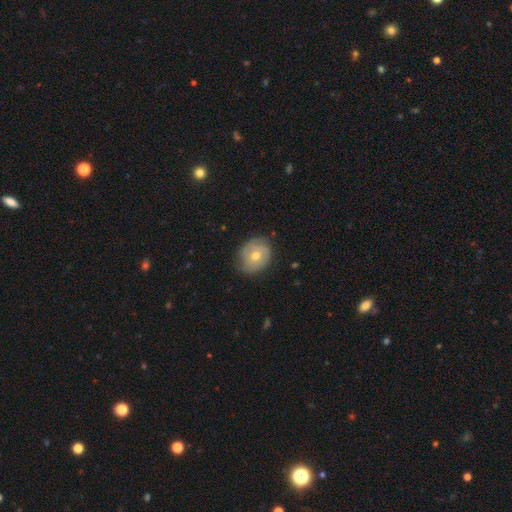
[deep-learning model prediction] A featured or disk galaxy (59%) with no bar (78%), spiral arms (78%) and a moderate central bulge (69%).

Vote fractions:
- Smooth or featured? featured or disk: 59% / smooth: 32% / star or artifact: 8%
- Edge-on disk? no: 97% / yes: 3%
- Bar? no: 78% / weak: 18% / strong: 4%
- Spiral arms? yes: 78% / no: 22%
- Bulge size? moderate: 69% / small: 27% / large: 2% / none: 1% / dominant: 1%
- Merging? none: 77% / minor disturbance: 18% / major disturbance: 4% / merger: 1%